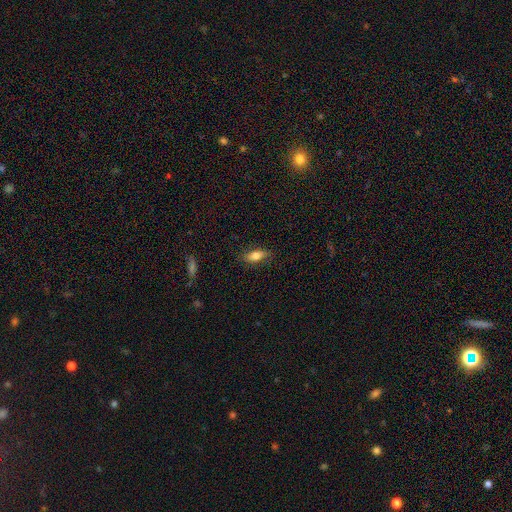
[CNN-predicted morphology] A smooth galaxy with no disk features (72%) that is in between round and cigar-shaped (71%).

Vote fractions:
- Smooth or featured? smooth: 72% / featured or disk: 20% / star or artifact: 8%
- How rounded? in between: 71% / cigar-shaped: 25% / round: 4%
- Merging? none: 82% / minor disturbance: 14% / major disturbance: 3% / merger: 1%